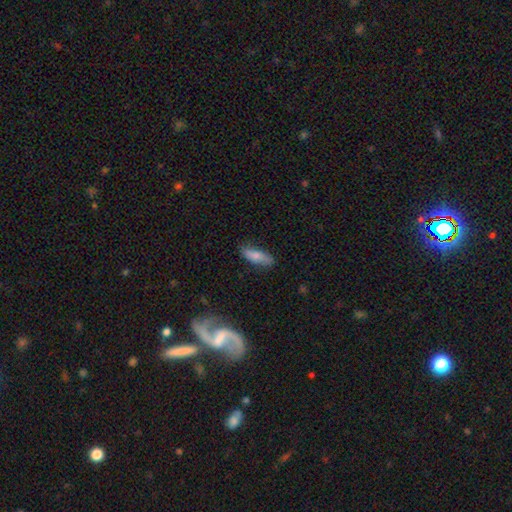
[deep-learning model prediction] Overall: smooth (76%). How rounded: in between (65%; cigar-shaped 33%). Merging: none (76%).